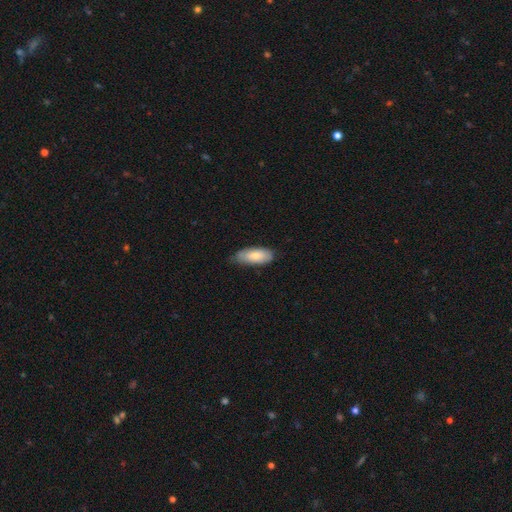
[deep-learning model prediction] Smooth or featured? Predicted: smooth (p=0.78). How rounded? Predicted: in between (p=0.83). Merging? Predicted: none (p=0.70).